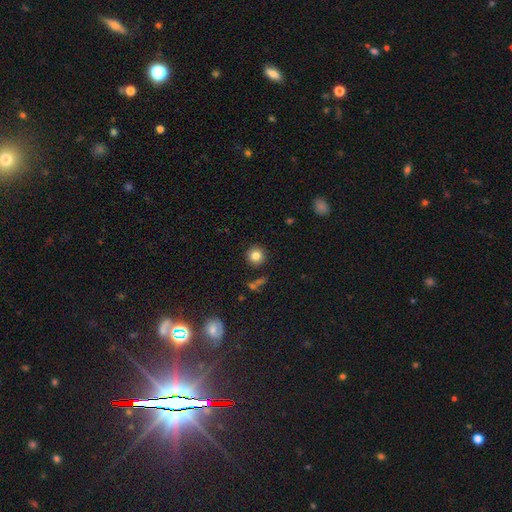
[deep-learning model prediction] The model was most divided on "smooth or featured": smooth: 82%, star or artifact: 11%, featured or disk: 7%. More confident: how rounded — round (94%); merging — none (88%).